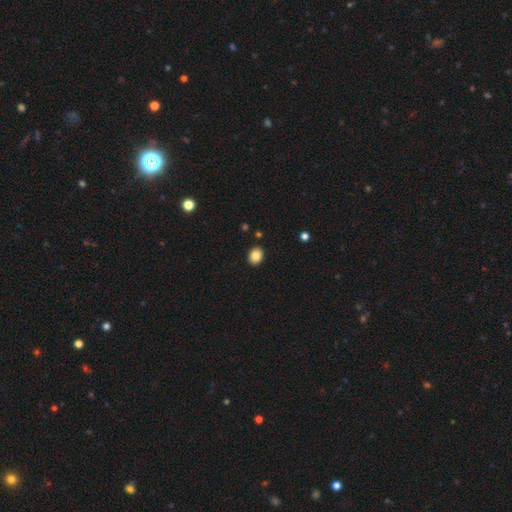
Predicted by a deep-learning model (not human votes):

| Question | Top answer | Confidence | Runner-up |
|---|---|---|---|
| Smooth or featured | smooth | 85% | star or artifact (9%) |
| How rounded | in between | 51% | round (48%) |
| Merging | none | 91% | minor disturbance (6%) |